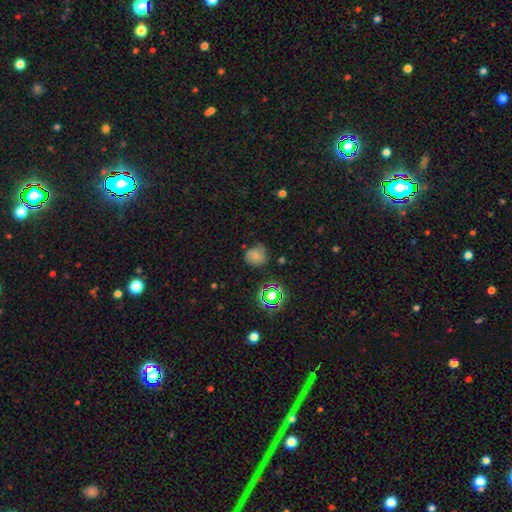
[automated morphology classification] Q: Smooth or featured?
A: smooth (61%); runner-up: featured or disk (20%)
Q: How rounded?
A: round (78%); runner-up: in between (21%)
Q: Merging?
A: none (60%); runner-up: minor disturbance (28%)